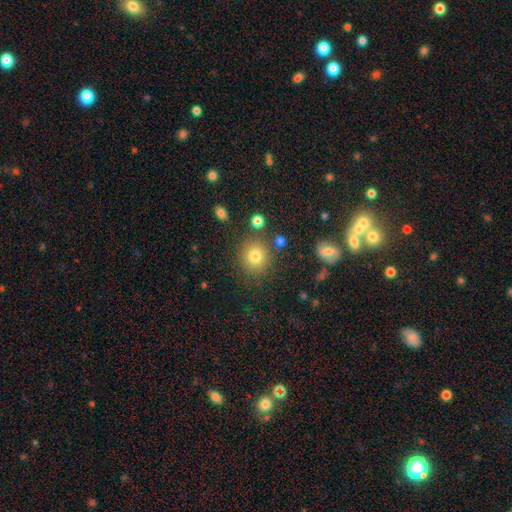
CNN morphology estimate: type=smooth (78%); roundness=round (83%); merging=none (82%).